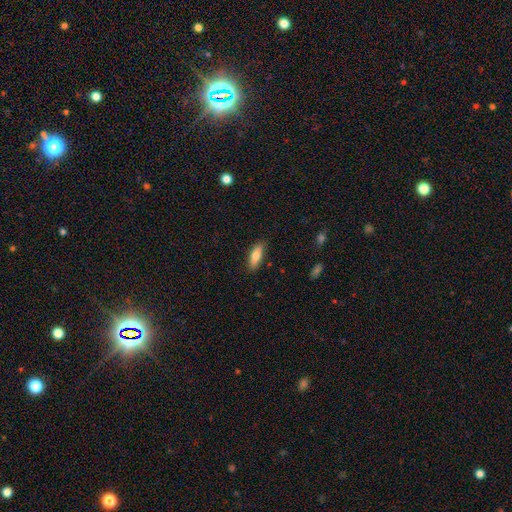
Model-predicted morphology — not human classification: A smooth galaxy with no disk features (77%) that is in between round and cigar-shaped (64%). Merging: none (86%).